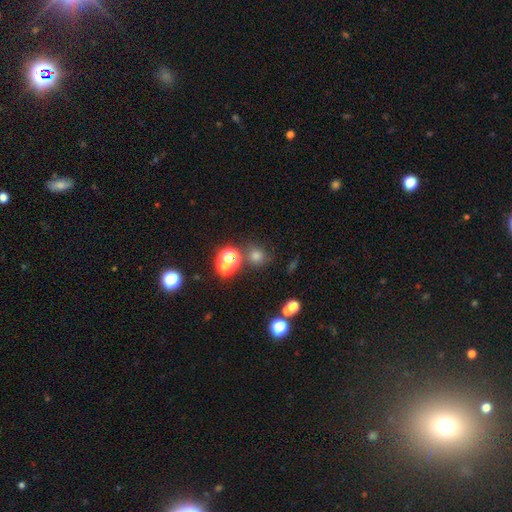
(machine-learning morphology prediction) A smooth galaxy with no disk features (62%) that is round (85%).

Vote fractions:
- Smooth or featured? smooth: 62% / star or artifact: 30% / featured or disk: 8%
- How rounded? round: 85% / in between: 14% / cigar-shaped: 1%
- Merging? none: 70% / merger: 16% / minor disturbance: 9% / major disturbance: 4%